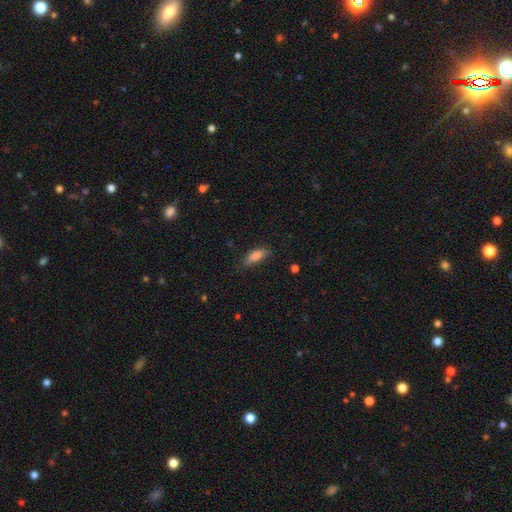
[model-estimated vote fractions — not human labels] smooth_or_featured: smooth (p=0.83) [alt: featured or disk p=0.10]
how_rounded: in between (p=0.64) [alt: cigar-shaped p=0.33]
merging: none (p=0.72) [alt: minor disturbance p=0.22]